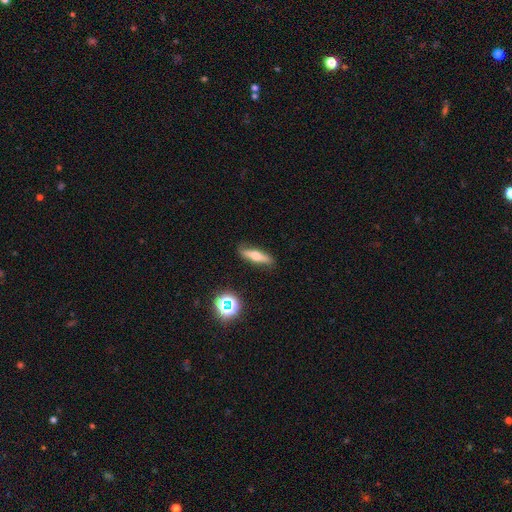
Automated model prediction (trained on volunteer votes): smooth_or_featured: smooth (p=0.49) [alt: featured or disk p=0.42]
merging: none (p=0.85) [alt: minor disturbance p=0.11]